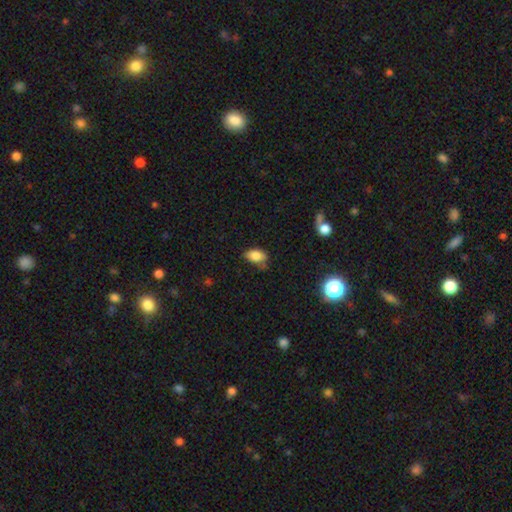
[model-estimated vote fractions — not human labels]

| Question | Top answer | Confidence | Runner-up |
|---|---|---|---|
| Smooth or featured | smooth | 84% | star or artifact (9%) |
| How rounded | in between | 89% | round (9%) |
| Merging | none | 55% | minor disturbance (33%) |